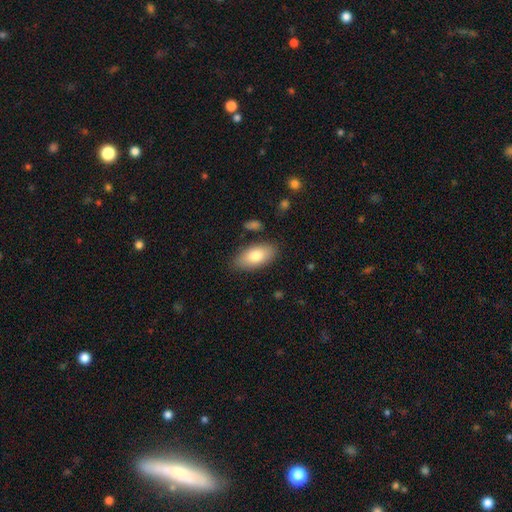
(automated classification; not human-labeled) A smooth galaxy with no disk features (78%) that is in between round and cigar-shaped (92%). Merging: none (83%).